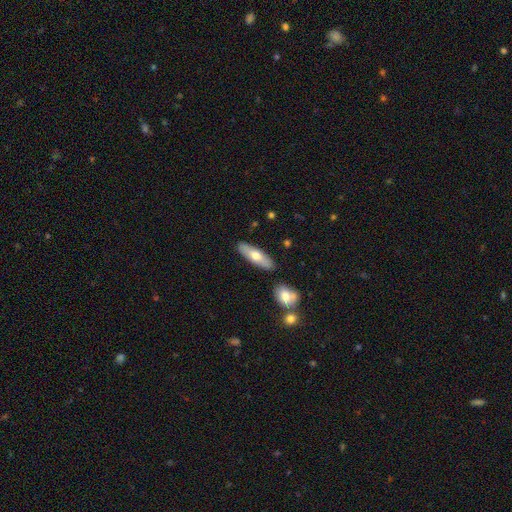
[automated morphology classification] Smooth or featured? Predicted: smooth (p=0.60). How rounded? Predicted: cigar-shaped (p=0.51). Merging? Predicted: none (p=0.84).